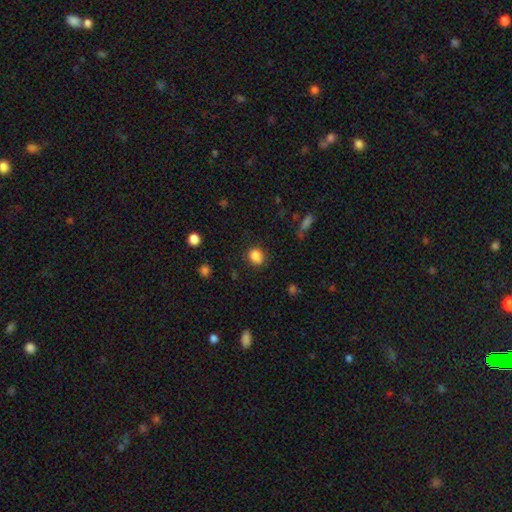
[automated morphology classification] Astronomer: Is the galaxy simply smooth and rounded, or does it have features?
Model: smooth — 85%.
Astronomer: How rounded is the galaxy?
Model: round — 70%.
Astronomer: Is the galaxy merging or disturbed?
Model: none — 83%.